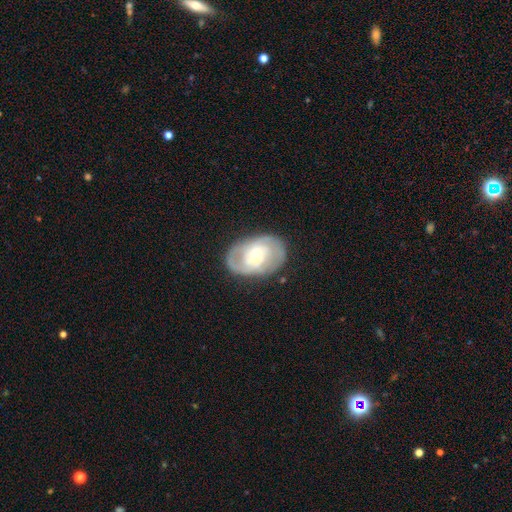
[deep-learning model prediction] smooth_or_featured: featured or disk (p=0.72) [alt: smooth p=0.22]
disk_edge_on: no (p=0.95) [alt: yes p=0.05]
bar: no (p=0.50) [alt: weak p=0.38]
has_spiral_arms: yes (p=0.83) [alt: no p=0.17]
spiral_winding: tight (p=0.46) [alt: medium p=0.39]
spiral_arm_count: 2 (p=0.61) [alt: can't tell p=0.22]
bulge_size: moderate (p=0.50) [alt: small p=0.45]
merging: none (p=0.77) [alt: minor disturbance p=0.15]